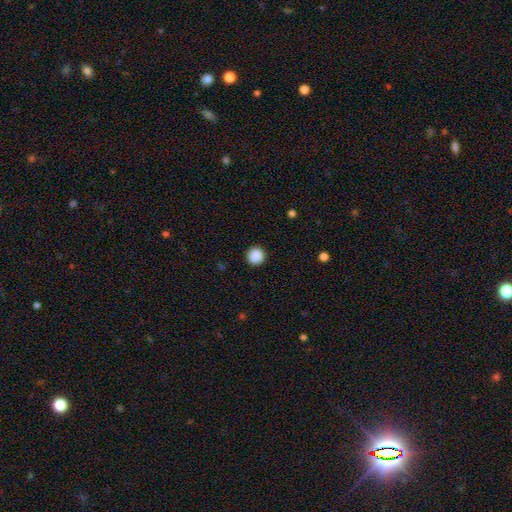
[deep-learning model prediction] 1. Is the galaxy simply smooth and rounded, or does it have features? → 89% smooth, 9% star or artifact, 2% featured or disk.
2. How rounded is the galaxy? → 95% round, 4% in between, 1% cigar-shaped.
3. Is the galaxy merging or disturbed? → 92% none, 5% minor disturbance, 2% major disturbance, 1% merger.